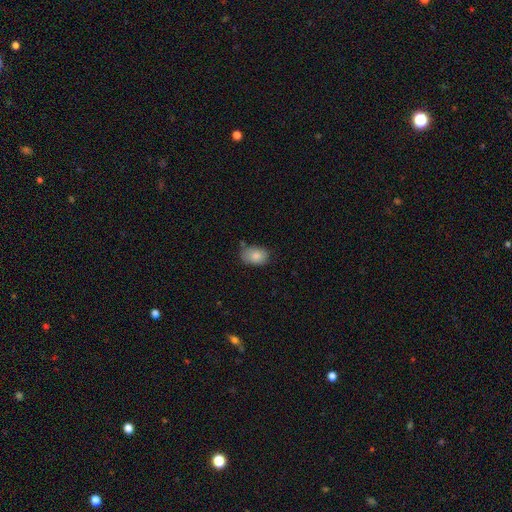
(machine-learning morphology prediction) smooth_or_featured: smooth (p=0.86) [alt: star or artifact p=0.07]
how_rounded: in between (p=0.85) [alt: round p=0.14]
merging: none (p=0.65) [alt: minor disturbance p=0.25]